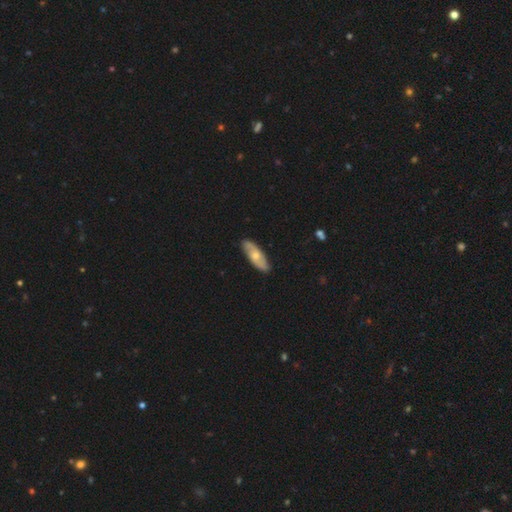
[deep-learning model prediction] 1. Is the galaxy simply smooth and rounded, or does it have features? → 50% featured or disk, 46% smooth, 5% star or artifact.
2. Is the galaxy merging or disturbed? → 85% none, 12% minor disturbance, 2% major disturbance, 1% merger.